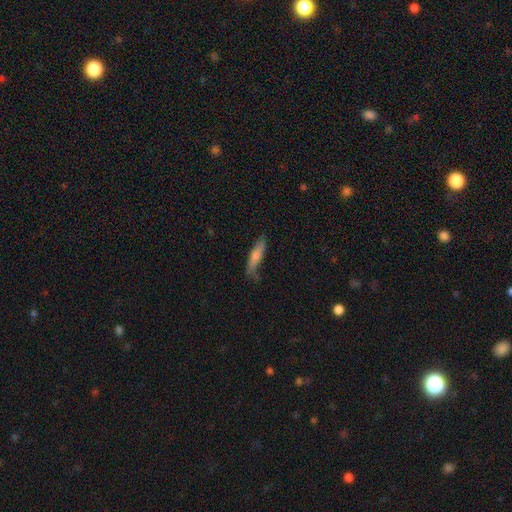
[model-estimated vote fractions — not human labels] The model was most divided on "smooth or featured": smooth: 60%, featured or disk: 33%, star or artifact: 6%. More confident: how rounded — cigar-shaped (80%); merging — none (67%).